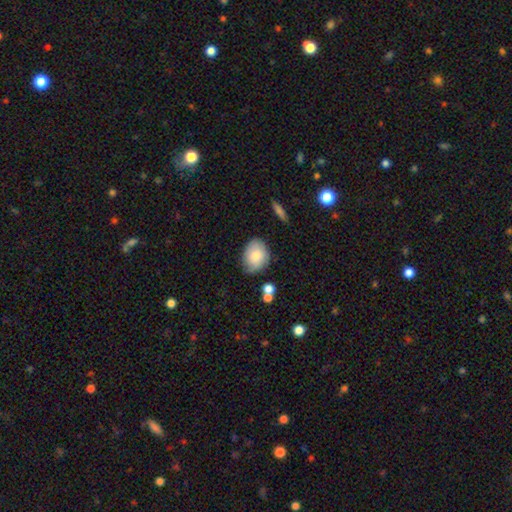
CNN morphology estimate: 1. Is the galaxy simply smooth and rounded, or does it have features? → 77% smooth, 16% featured or disk, 7% star or artifact.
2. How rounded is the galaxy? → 63% in between, 36% round, 1% cigar-shaped.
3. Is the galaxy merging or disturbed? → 67% none, 24% minor disturbance, 5% major disturbance, 4% merger.